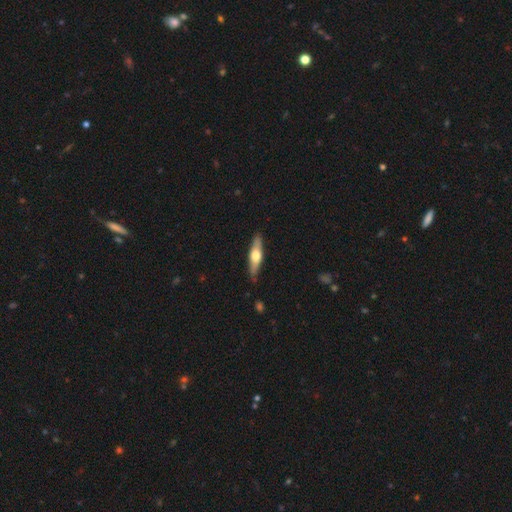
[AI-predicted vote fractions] Overall: featured or disk (55%; smooth 40%). Edge-on disk: yes (92%). Edge-on bulge: rounded (94%). Merging: none (87%).